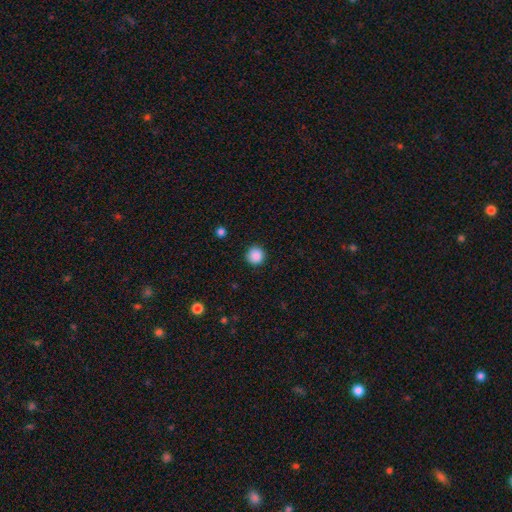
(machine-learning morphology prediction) This appears to be a smooth galaxy with no disk features (88%) that is round (95%). Merging: none (91%).